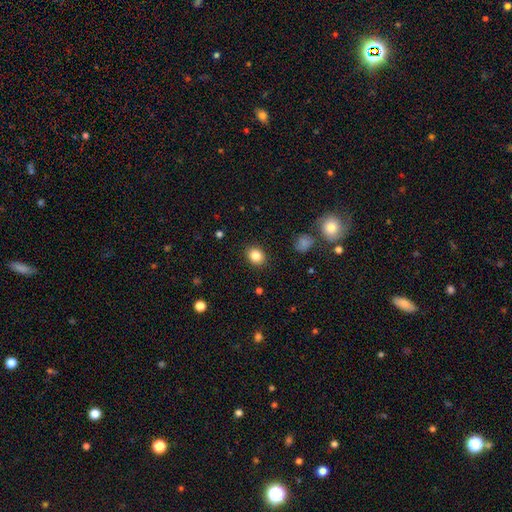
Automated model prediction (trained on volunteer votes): Morphology: type=smooth (85%); roundness=round (57%); merging=none (89%).